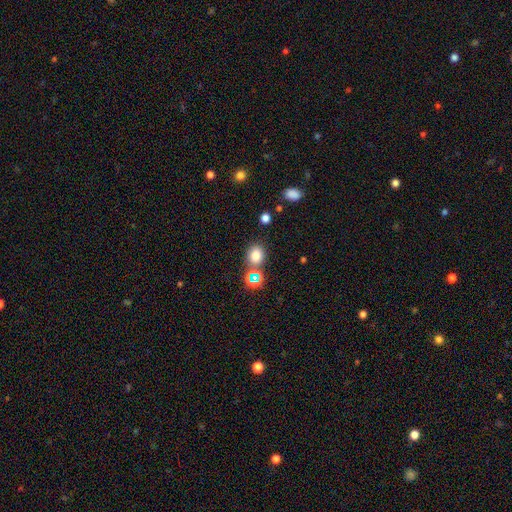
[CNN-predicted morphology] Smooth or featured? Predicted: smooth (p=0.74). How rounded? Predicted: round (p=0.58). Merging? Predicted: none (p=0.72).